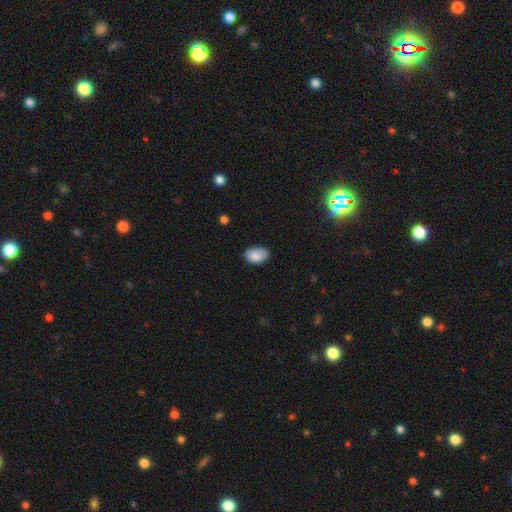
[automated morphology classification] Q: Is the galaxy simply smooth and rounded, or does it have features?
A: smooth — 86%.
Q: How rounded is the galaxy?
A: in between — 90%.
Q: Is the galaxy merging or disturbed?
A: none — 74%.